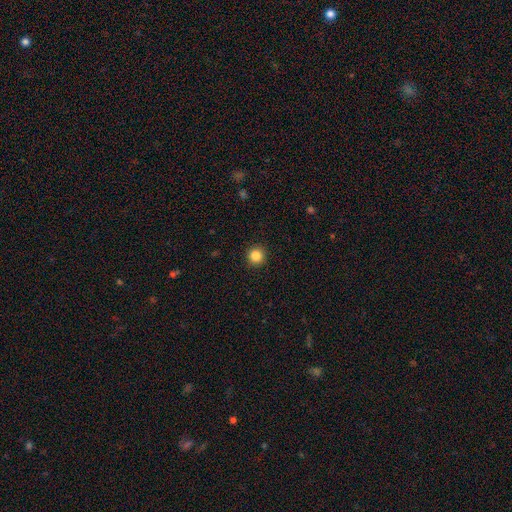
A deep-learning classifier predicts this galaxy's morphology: Smooth or featured?
  - smooth: 85% *
  - star or artifact: 11%
  - featured or disk: 4%
How rounded?
  - round: 95% *
  - in between: 4%
  - cigar-shaped: 1%
Merging?
  - none: 93% *
  - minor disturbance: 5%
  - major disturbance: 2%
  - merger: 1%